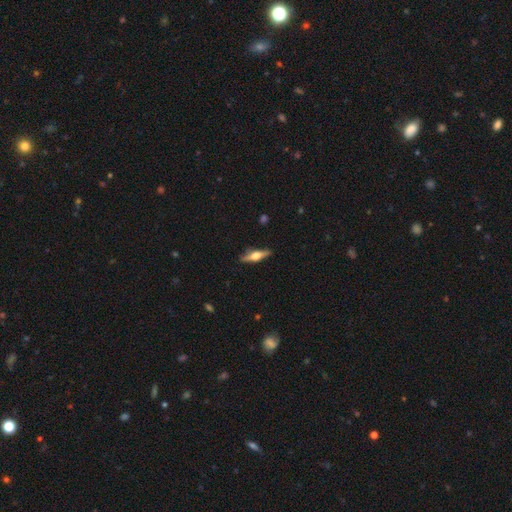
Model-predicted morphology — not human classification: smooth-or-featured: featured or disk: 63% | smooth: 32% | star or artifact: 6%
  disk-edge-on: yes: 95% | no: 5%
    edge-on-bulge: rounded: 91% | boxy: 7% | none: 2%
  merging: none: 87% | minor disturbance: 10% | major disturbance: 2% | merger: 1%